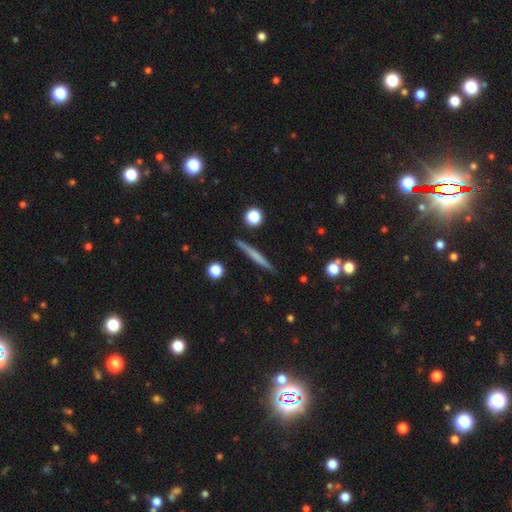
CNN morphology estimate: This is possibly a smooth galaxy (50%). How rounded: clearly cigar-shaped (95%). Merging: clearly none (90%).